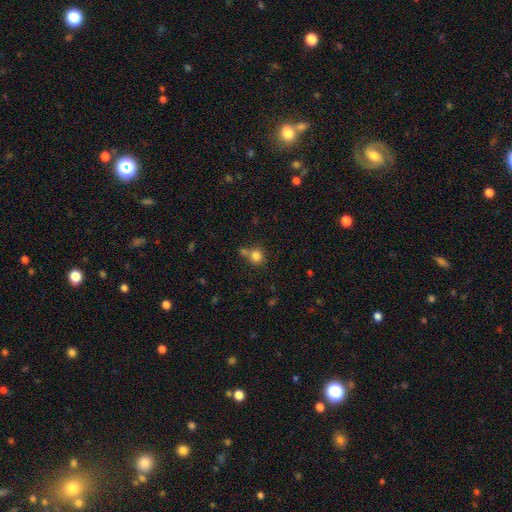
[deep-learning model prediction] Smooth or featured: smooth — 81% (star or artifact — 12%)
How rounded: round — 85% (in between — 14%)
Merging: none — 57% (merger — 27%)